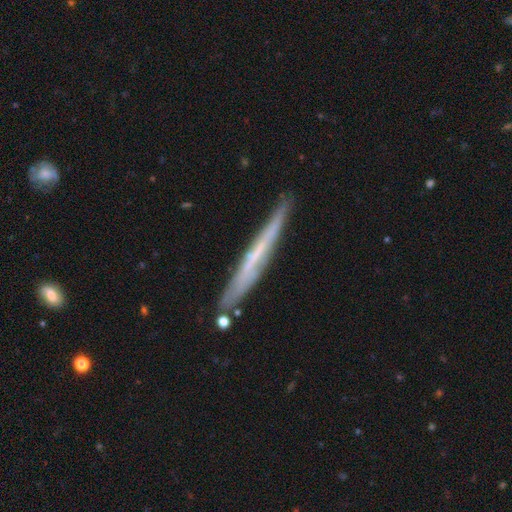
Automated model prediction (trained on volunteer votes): smooth-or-featured: featured or disk: 58% | smooth: 36% | star or artifact: 7%
  disk-edge-on: yes: 91% | no: 9%
    edge-on-bulge: none: 85% | rounded: 10% | boxy: 5%
  merging: none: 81% | minor disturbance: 13% | merger: 3% | major disturbance: 2%